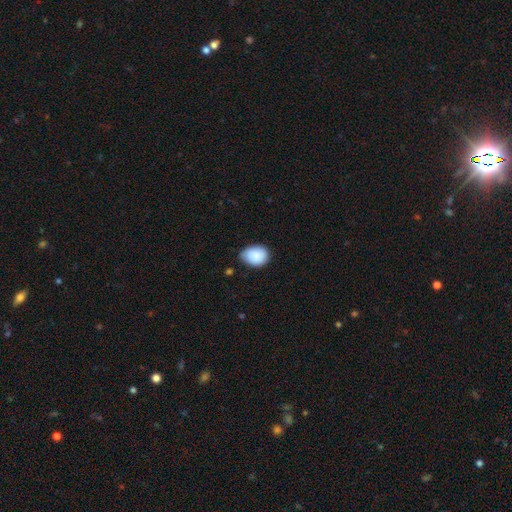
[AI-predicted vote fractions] The model was most divided on "merging": none: 64%, minor disturbance: 30%, major disturbance: 4%, merger: 2%. More confident: smooth or featured — smooth (88%); how rounded — in between (67%).